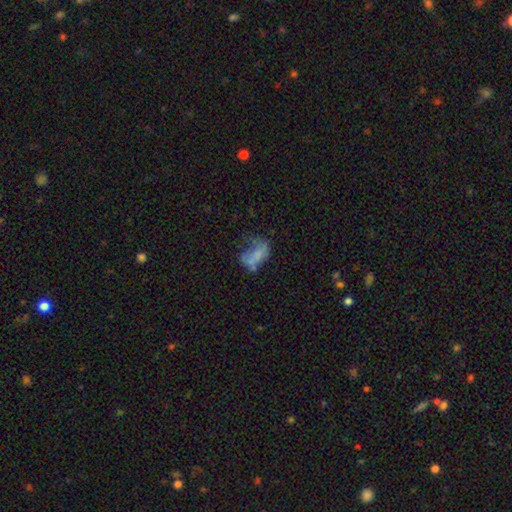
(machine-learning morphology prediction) Smooth or featured: smooth — 54% (featured or disk — 32%)
How rounded: in between — 86% (round — 9%)
Merging: major disturbance — 39% (none — 25%)